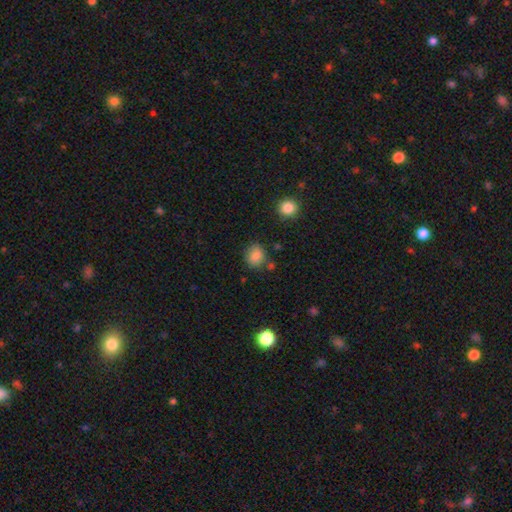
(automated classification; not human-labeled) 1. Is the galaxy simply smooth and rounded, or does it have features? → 84% smooth, 11% star or artifact, 6% featured or disk.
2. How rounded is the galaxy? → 68% round, 31% in between, 1% cigar-shaped.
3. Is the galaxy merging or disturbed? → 77% none, 14% minor disturbance, 5% merger, 3% major disturbance.